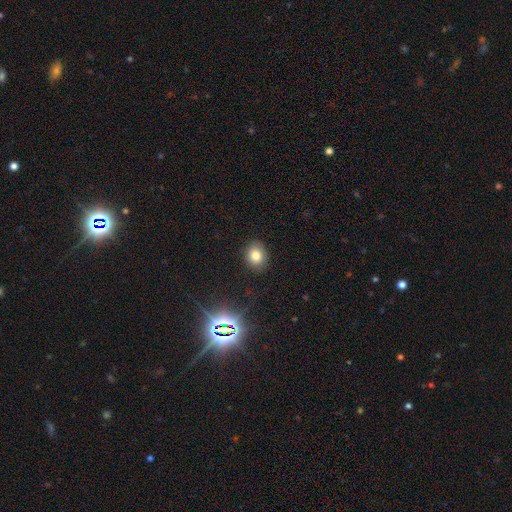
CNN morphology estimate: A smooth galaxy with no disk features (78%) that is round (57%).

Vote fractions:
- Smooth or featured? smooth: 78% / star or artifact: 14% / featured or disk: 9%
- How rounded? round: 57% / in between: 42% / cigar-shaped: 1%
- Merging? none: 88% / minor disturbance: 8% / major disturbance: 2% / merger: 1%